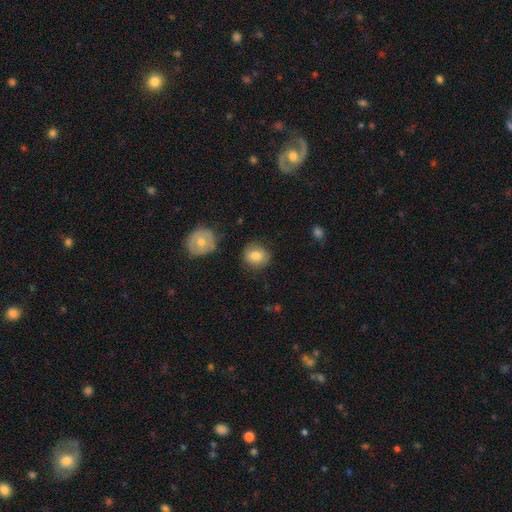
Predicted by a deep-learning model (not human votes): Morphology: type=smooth (82%); roundness=round (77%); merging=none (81%).